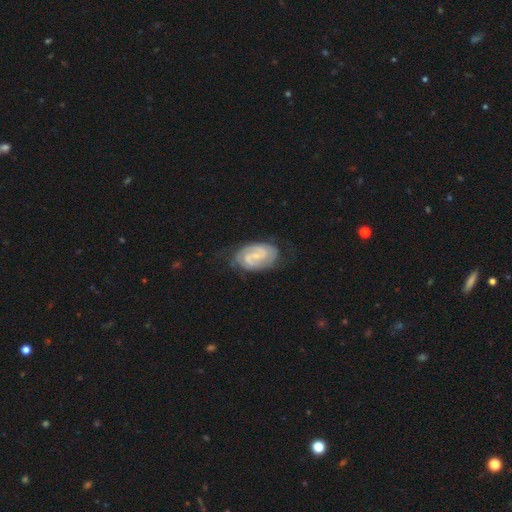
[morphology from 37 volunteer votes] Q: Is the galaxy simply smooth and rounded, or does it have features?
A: featured or disk — 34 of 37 (92%).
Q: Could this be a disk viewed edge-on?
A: no — 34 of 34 (100%).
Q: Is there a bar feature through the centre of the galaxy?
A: weak — 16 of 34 (47%).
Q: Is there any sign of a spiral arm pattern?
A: yes — 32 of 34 (94%).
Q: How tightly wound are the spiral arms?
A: medium — 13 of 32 (41%).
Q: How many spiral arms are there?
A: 2 — 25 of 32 (78%).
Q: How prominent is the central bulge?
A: small — 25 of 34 (74%).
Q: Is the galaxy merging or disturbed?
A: none — 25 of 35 (71%).